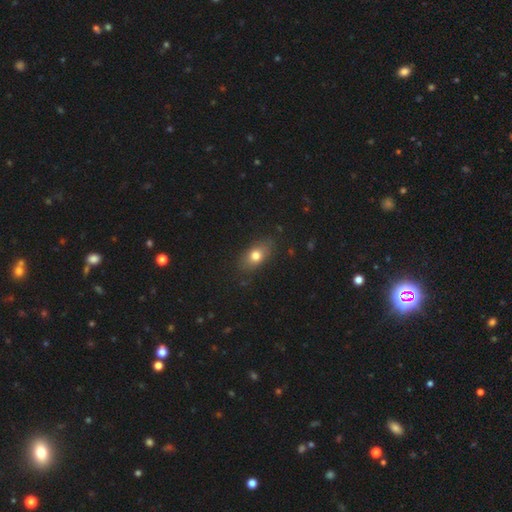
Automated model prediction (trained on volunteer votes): This is likely a smooth galaxy (76%). How rounded: likely in between (79%). Merging: clearly none (82%).